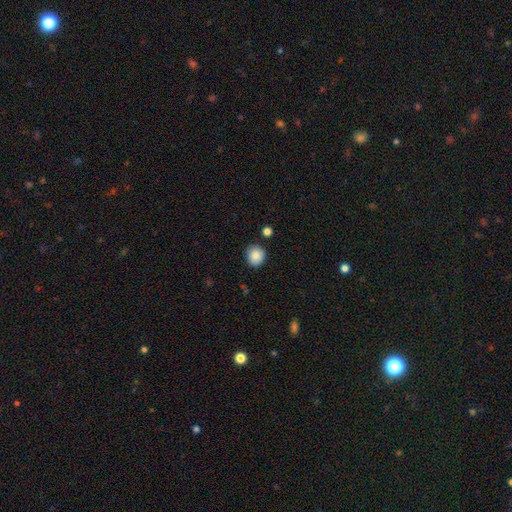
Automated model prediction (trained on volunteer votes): Smooth or featured? smooth (87%)
How rounded? round (84%)
Merging? none (84%)